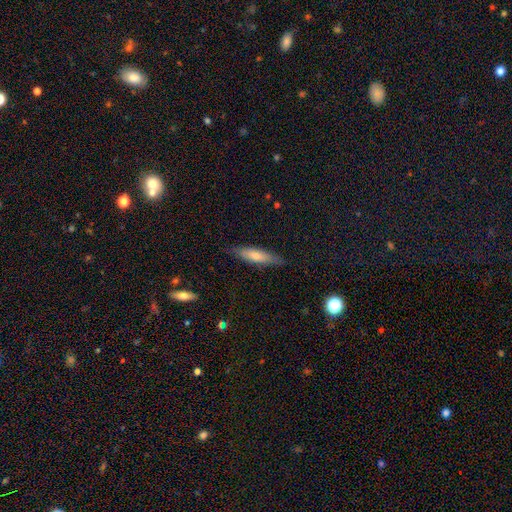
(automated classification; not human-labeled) smooth 66%, featured or disk 28%, star or artifact 6%. Down the decision tree: how rounded — cigar-shaped (75%); merging — none (83%).